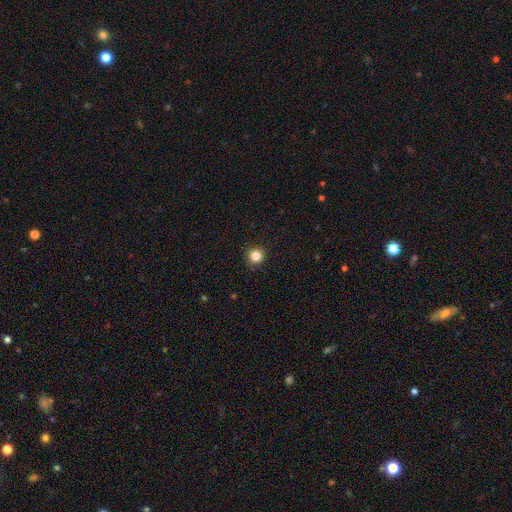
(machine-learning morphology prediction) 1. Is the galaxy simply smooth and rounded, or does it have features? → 83% smooth, 12% star or artifact, 5% featured or disk.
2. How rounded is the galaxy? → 95% round, 4% in between, 1% cigar-shaped.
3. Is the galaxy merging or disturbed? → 92% none, 5% minor disturbance, 2% major disturbance, 1% merger.